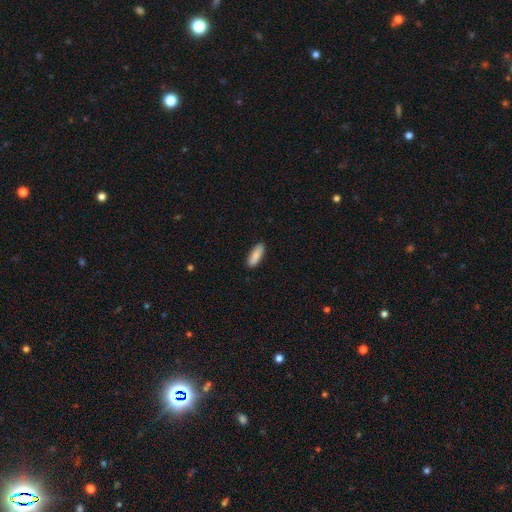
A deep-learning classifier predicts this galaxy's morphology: This appears to be a smooth galaxy with no disk features (86%) that is in between round and cigar-shaped (65%). Merging: none (88%).